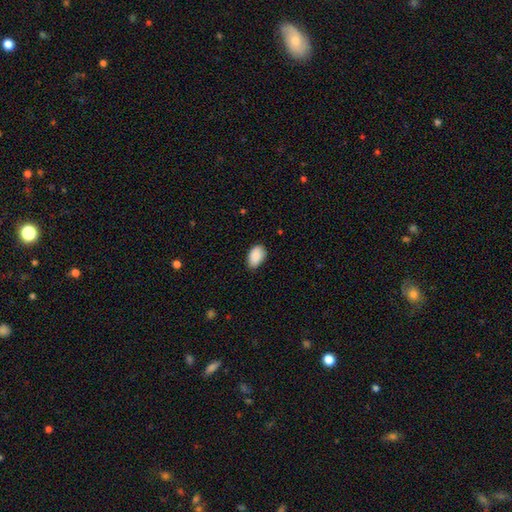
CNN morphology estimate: Overall: smooth (90%). How rounded: in between (91%). Merging: none (77%).